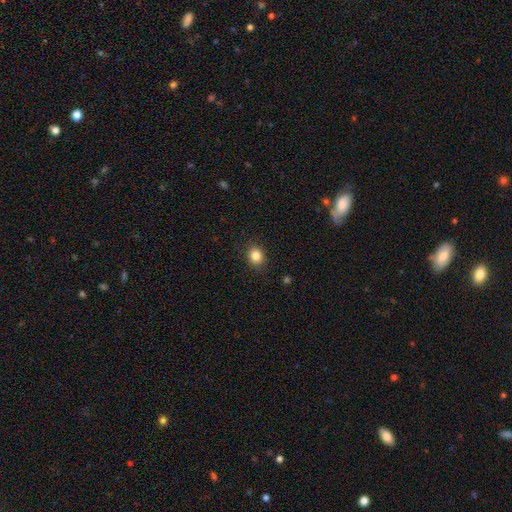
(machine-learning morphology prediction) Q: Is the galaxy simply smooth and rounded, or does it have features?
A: smooth — 84%.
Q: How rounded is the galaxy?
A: round — 63%.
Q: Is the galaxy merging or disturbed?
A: none — 88%.